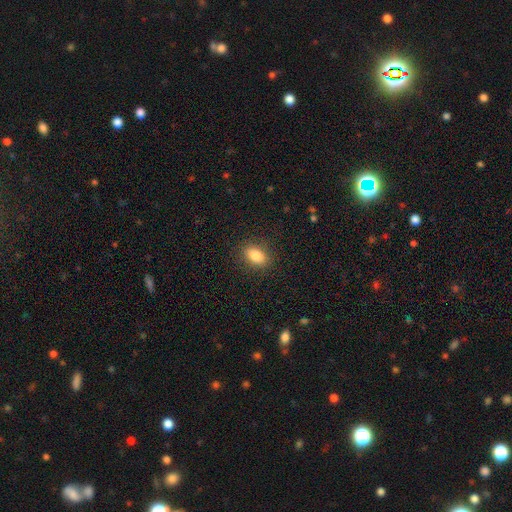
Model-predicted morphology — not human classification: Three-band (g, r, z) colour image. It shows a smooth galaxy with no disk features (84%) that is in between round and cigar-shaped (84%). Merging: none (88%).